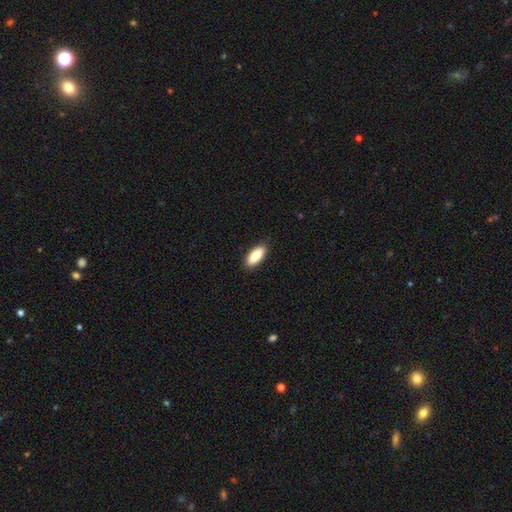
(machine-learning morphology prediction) smooth-or-featured: smooth: 85% | featured or disk: 9% | star or artifact: 6%
  how-rounded: in between: 84% | cigar-shaped: 14% | round: 2%
  merging: none: 86% | minor disturbance: 11% | major disturbance: 2% | merger: 1%